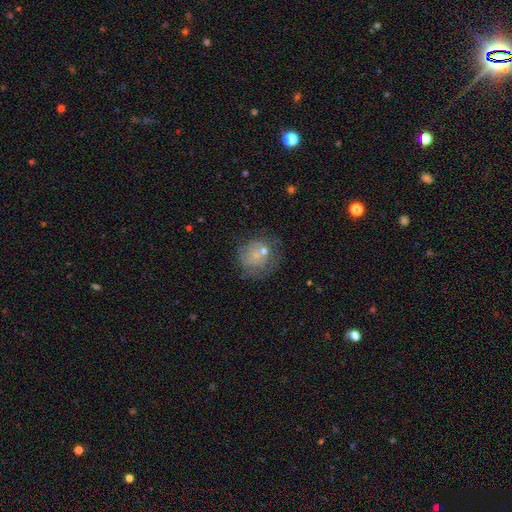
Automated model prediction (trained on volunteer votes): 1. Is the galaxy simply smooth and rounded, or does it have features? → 49% smooth, 39% featured or disk, 12% star or artifact.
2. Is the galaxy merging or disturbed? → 52% none, 21% minor disturbance, 15% major disturbance, 12% merger.